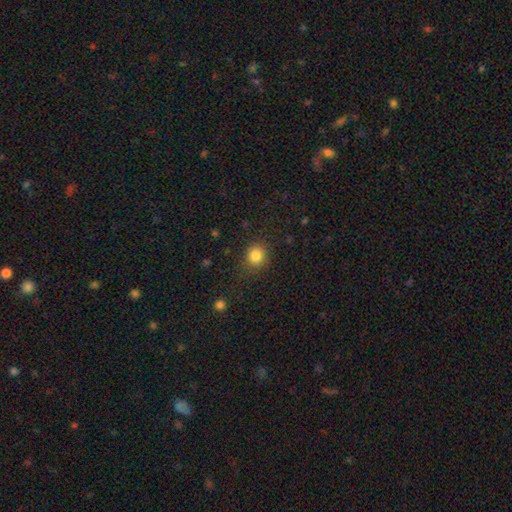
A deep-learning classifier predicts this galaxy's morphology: A smooth galaxy with no disk features (84%) that is round (84%). Merging: none (84%).